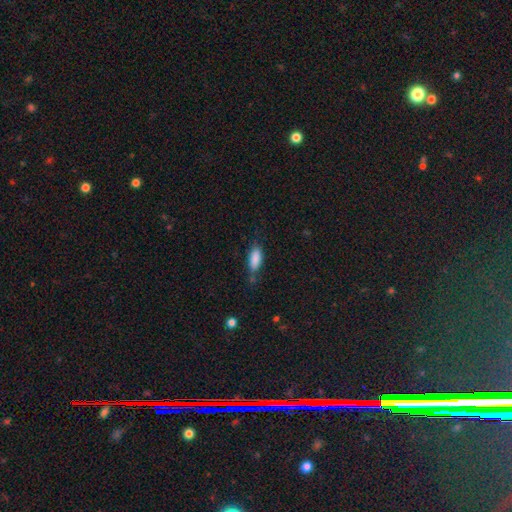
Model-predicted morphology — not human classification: Smooth or featured? smooth (86%)
How rounded? in between (78%)
Merging? none (60%)